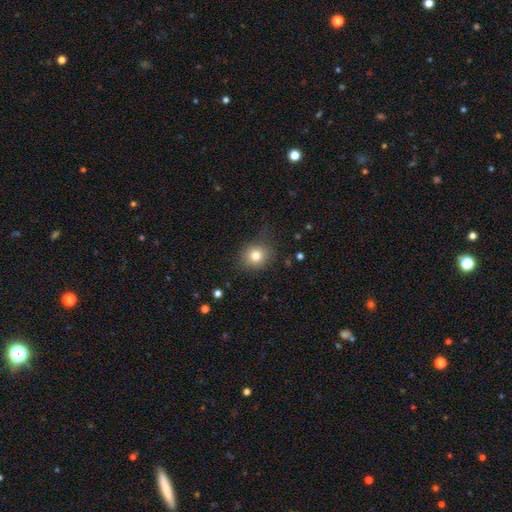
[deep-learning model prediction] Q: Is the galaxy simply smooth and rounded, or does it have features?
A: smooth — 79%.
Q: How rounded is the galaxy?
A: round — 78%.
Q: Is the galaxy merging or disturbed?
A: none — 77%.